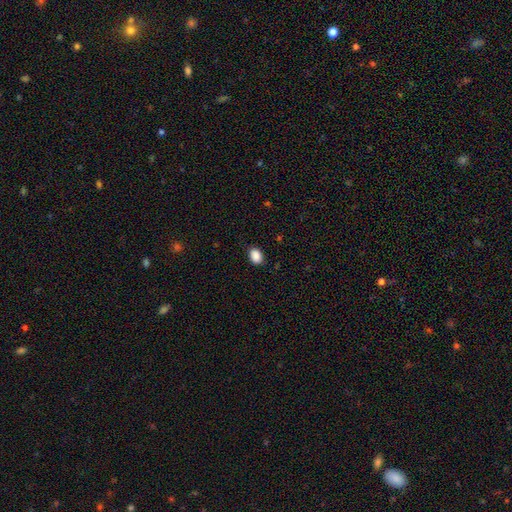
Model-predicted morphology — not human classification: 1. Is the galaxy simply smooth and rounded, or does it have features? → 89% smooth, 8% star or artifact, 3% featured or disk.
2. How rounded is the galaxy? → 73% in between, 26% round, 1% cigar-shaped.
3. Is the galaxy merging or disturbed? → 86% none, 10% minor disturbance, 2% major disturbance, 1% merger.